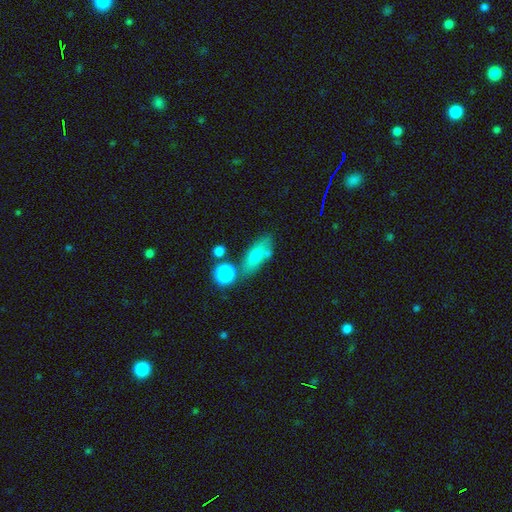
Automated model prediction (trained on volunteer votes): Smooth or featured? Predicted: smooth (p=0.67). How rounded? Predicted: in between (p=0.70). Merging? Predicted: none (p=0.62).